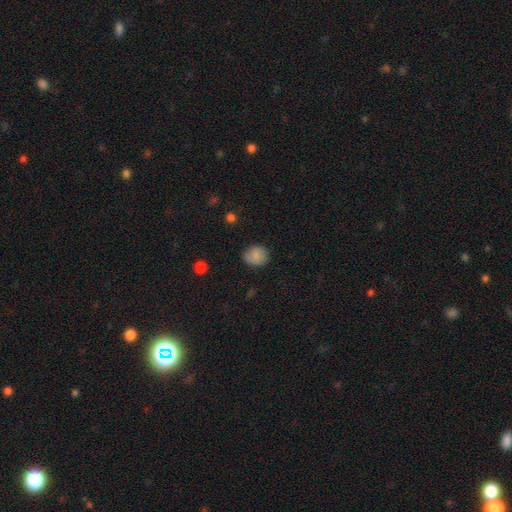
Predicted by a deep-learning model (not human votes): Smooth or featured?
  - smooth: 81% *
  - featured or disk: 10%
  - star or artifact: 8%
How rounded?
  - round: 74% *
  - in between: 25%
  - cigar-shaped: 1%
Merging?
  - none: 84% *
  - minor disturbance: 12%
  - major disturbance: 3%
  - merger: 1%